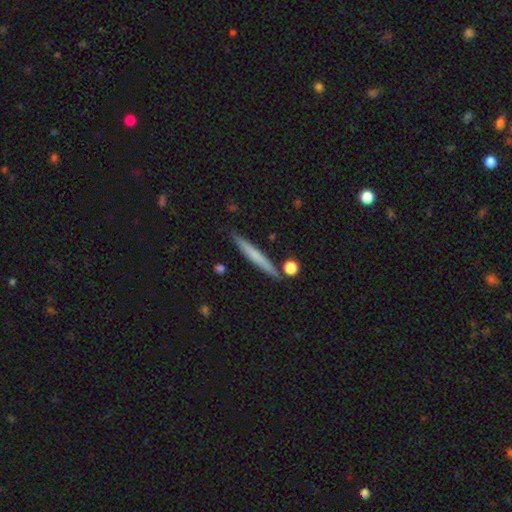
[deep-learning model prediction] smooth 60%, featured or disk 34%, star or artifact 6%. Down the decision tree: how rounded — cigar-shaped (96%); merging — none (86%).